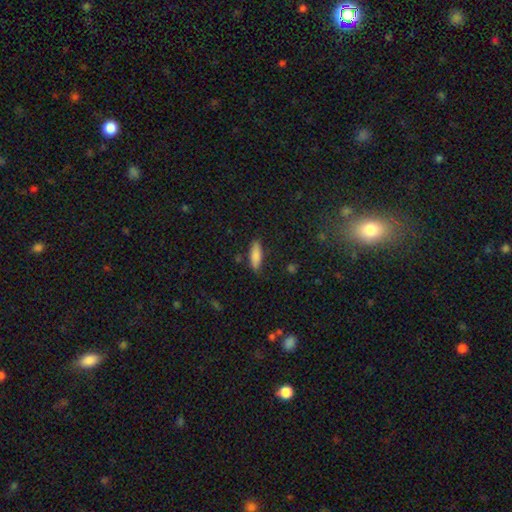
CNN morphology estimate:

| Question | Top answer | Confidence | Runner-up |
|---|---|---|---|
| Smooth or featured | smooth | 83% | featured or disk (10%) |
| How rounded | in between | 51% | cigar-shaped (47%) |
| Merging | none | 82% | minor disturbance (13%) |